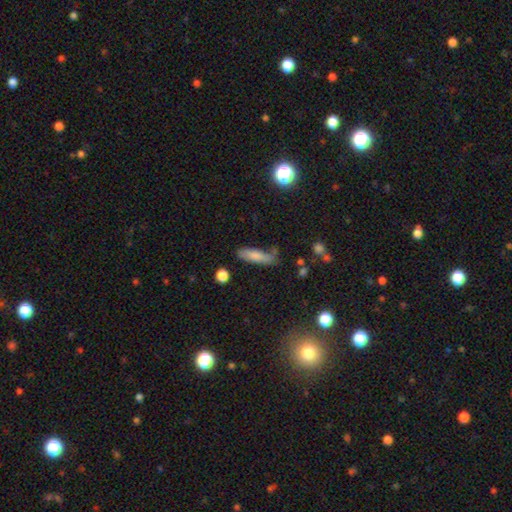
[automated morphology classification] smooth 78%, featured or disk 15%, star or artifact 7%. Down the decision tree: how rounded — cigar-shaped (58%); merging — none (64%).